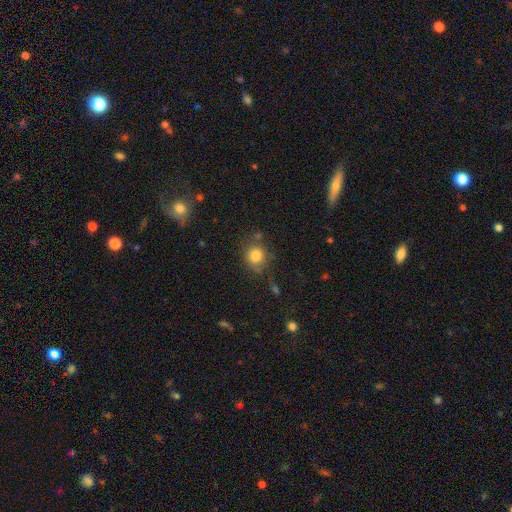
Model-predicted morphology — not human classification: Overall: smooth (82%). How rounded: round (79%). Merging: none (71%).